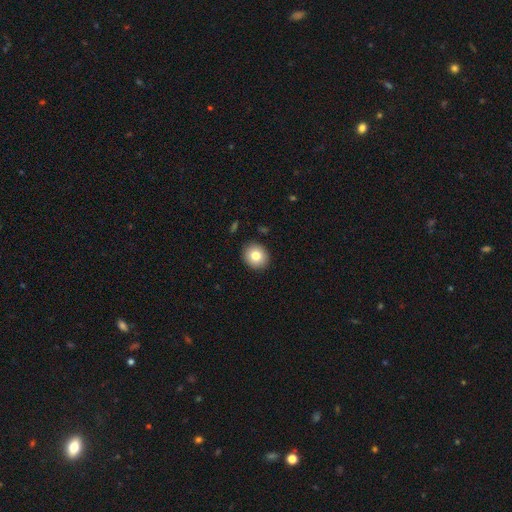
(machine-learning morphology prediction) type=smooth (80%); roundness=round (81%); merging=none (91%).